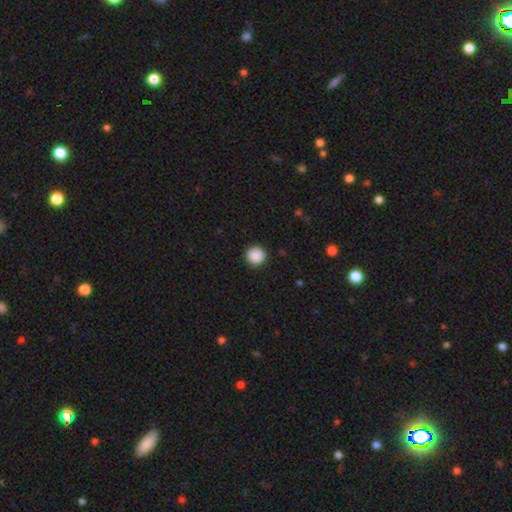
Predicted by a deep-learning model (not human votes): smooth_or_featured: smooth (p=0.89) [alt: star or artifact p=0.09]
how_rounded: round (p=0.96) [alt: in between p=0.03]
merging: none (p=0.93) [alt: minor disturbance p=0.05]